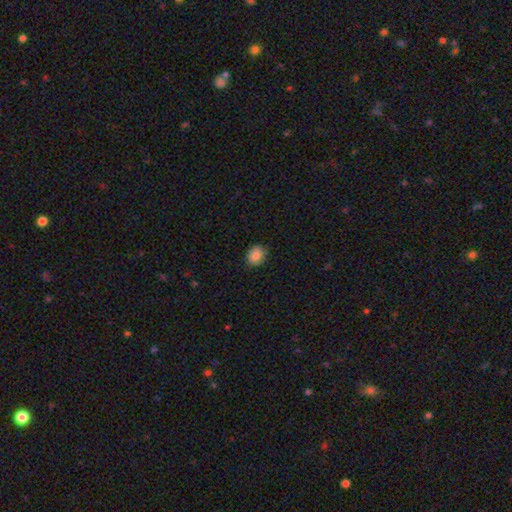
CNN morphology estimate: A smooth galaxy with no disk features (85%) that is round (57%). Merging: none (84%).